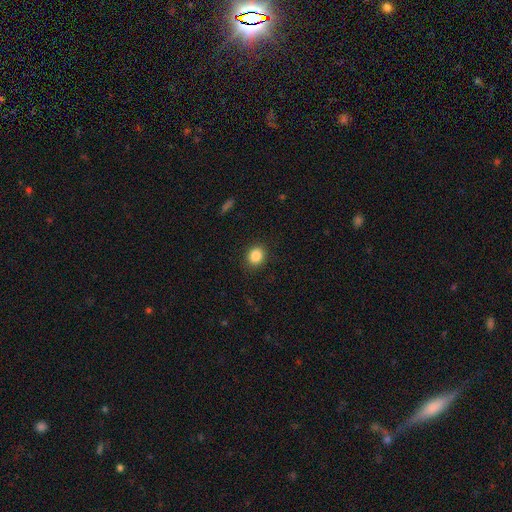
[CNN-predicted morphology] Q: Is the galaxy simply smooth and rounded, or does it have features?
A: smooth — 86%.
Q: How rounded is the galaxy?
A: round — 69%.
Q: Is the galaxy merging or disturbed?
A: none — 89%.